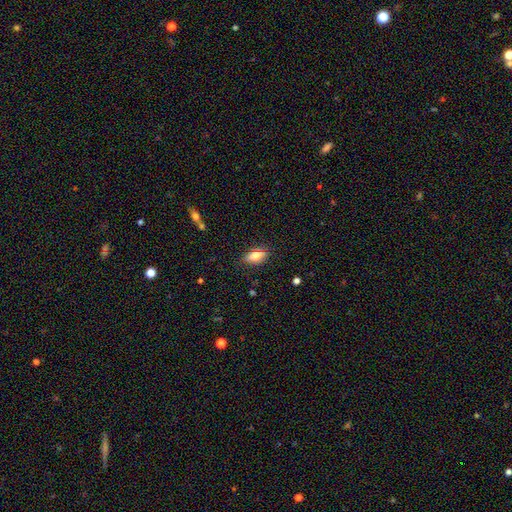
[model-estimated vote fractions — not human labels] Morphology: type=smooth (70%); roundness=in between (81%); merging=none (83%).